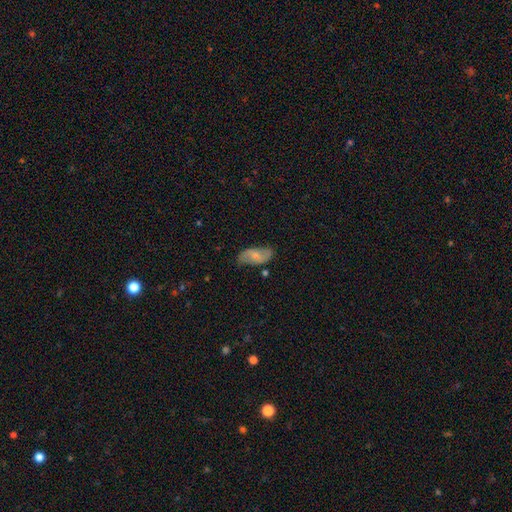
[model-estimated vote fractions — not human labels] smooth 54%, featured or disk 40%, star or artifact 6%. Down the decision tree: how rounded — in between (91%); merging — none (72%).